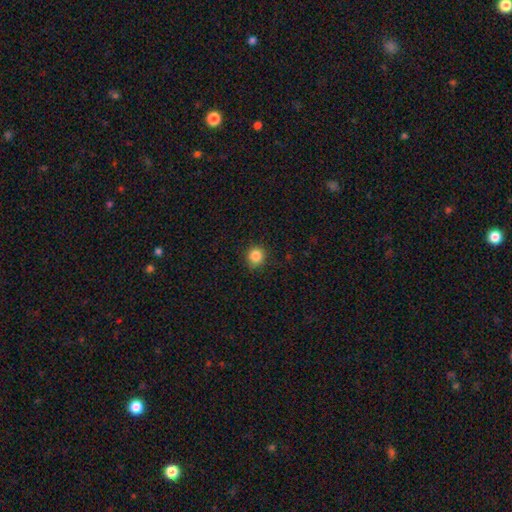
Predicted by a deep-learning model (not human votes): Morphology: type=smooth (85%); roundness=round (91%); merging=none (88%).